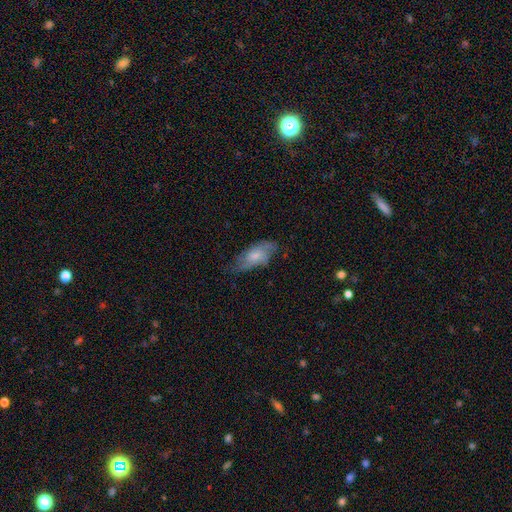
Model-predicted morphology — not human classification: type=smooth (48%); merging=none (59%).